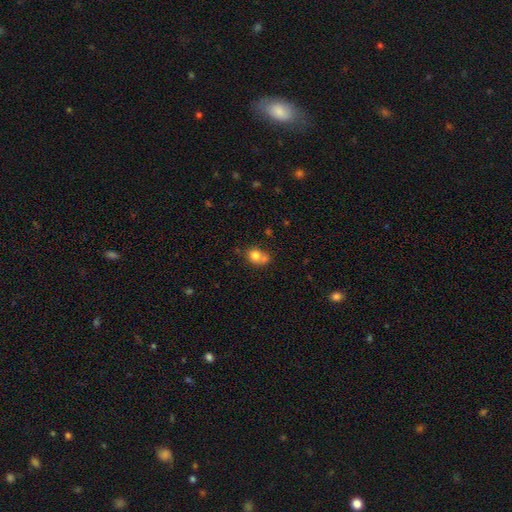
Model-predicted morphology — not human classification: smooth_or_featured: smooth (p=0.77) [alt: featured or disk p=0.12]
how_rounded: round (p=0.69) [alt: in between p=0.30]
merging: merger (p=0.41) [tied with: none p=0.41]